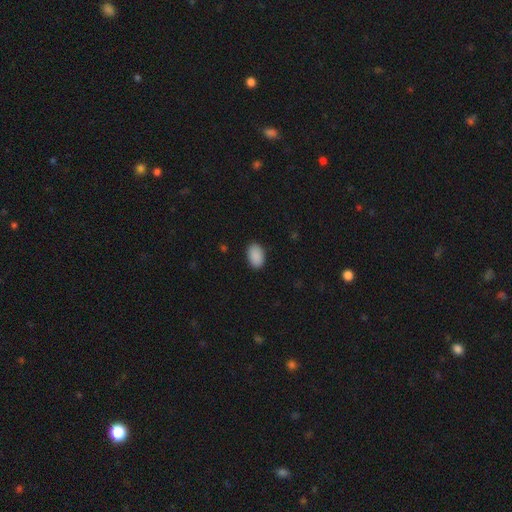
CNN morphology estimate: smooth_or_featured: smooth (p=0.91) [alt: star or artifact p=0.07]
how_rounded: in between (p=0.90) [alt: round p=0.09]
merging: none (p=0.89) [alt: minor disturbance p=0.08]